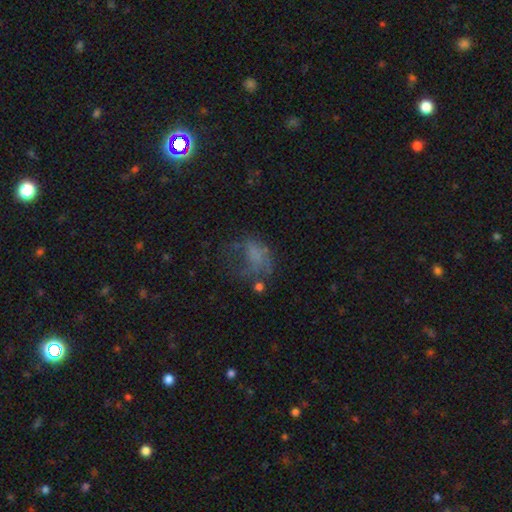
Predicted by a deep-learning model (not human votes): This is possibly a smooth galaxy (46%). Merging: marginally major disturbance (45%).